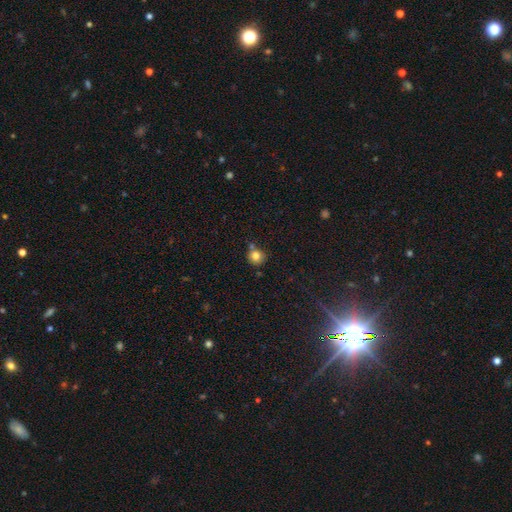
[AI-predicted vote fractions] The model was most divided on "merging": none: 69%, merger: 15%, minor disturbance: 13%, major disturbance: 3%. More confident: how rounded — round (91%); smooth or featured — smooth (80%).